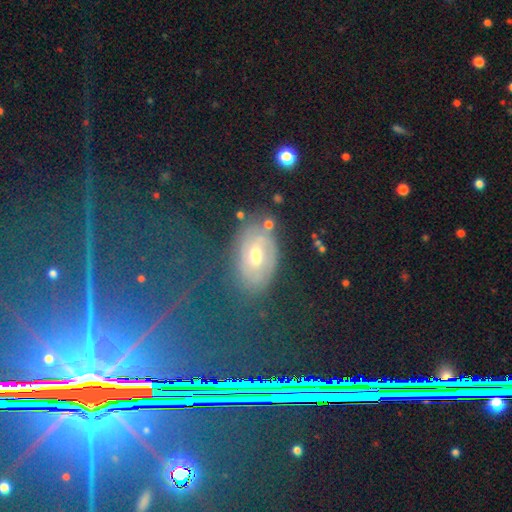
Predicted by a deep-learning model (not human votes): Smooth or featured?
  - featured or disk: 35% *
  - star or artifact: 33%
  - smooth: 32%
Merging?
  - none: 80% *
  - minor disturbance: 13%
  - major disturbance: 5%
  - merger: 2%